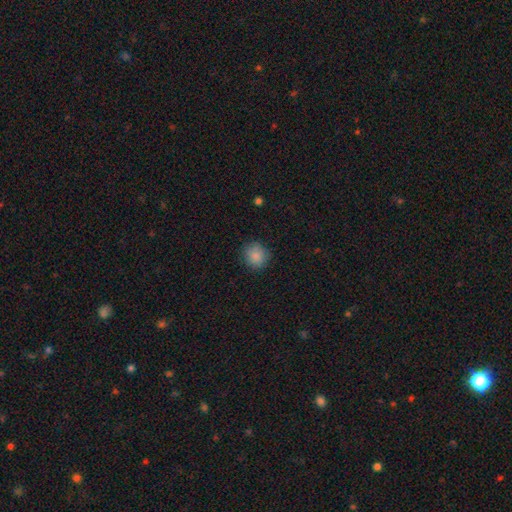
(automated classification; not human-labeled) Overall: smooth (86%). How rounded: round (86%). Merging: none (87%).